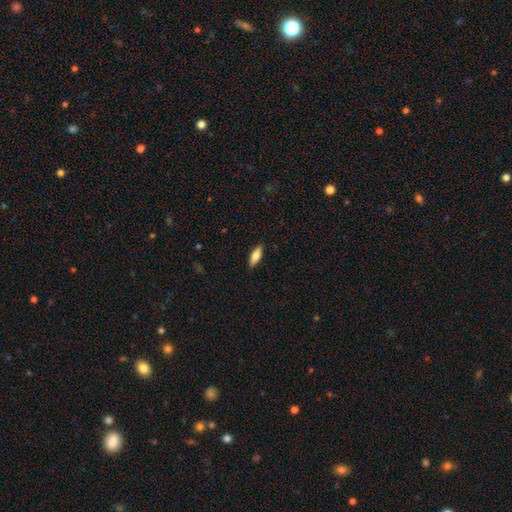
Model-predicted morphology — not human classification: Smooth or featured: smooth — 74% (featured or disk — 20%)
How rounded: in between — 62% (cigar-shaped — 36%)
Merging: none — 88% (minor disturbance — 9%)